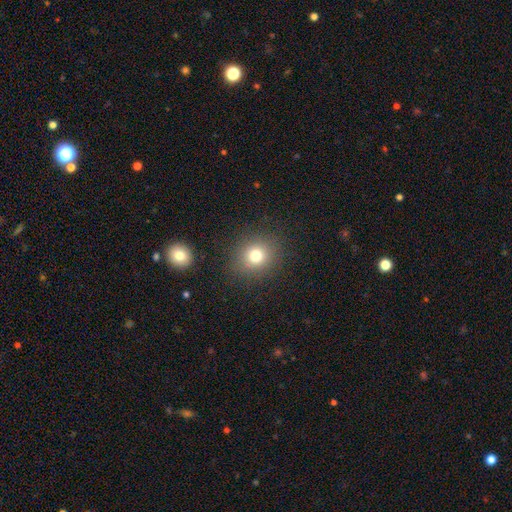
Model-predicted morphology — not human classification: Smooth or featured?
  - smooth: 77% *
  - star or artifact: 14%
  - featured or disk: 10%
How rounded?
  - round: 78% *
  - in between: 21%
  - cigar-shaped: 1%
Merging?
  - none: 86% *
  - minor disturbance: 8%
  - major disturbance: 4%
  - merger: 2%